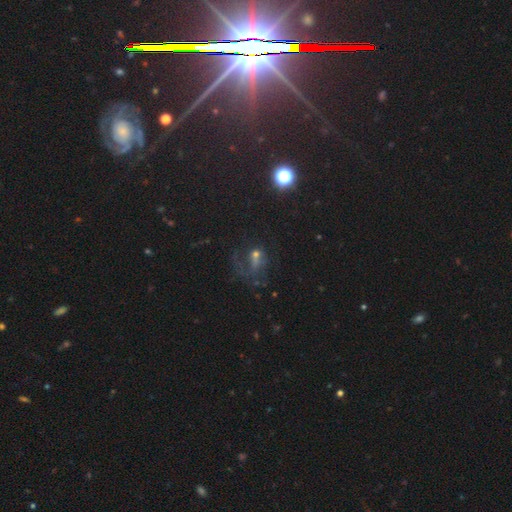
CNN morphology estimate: Smooth or featured? Predicted: featured or disk (p=0.38). Merging? Predicted: major disturbance (p=0.45).